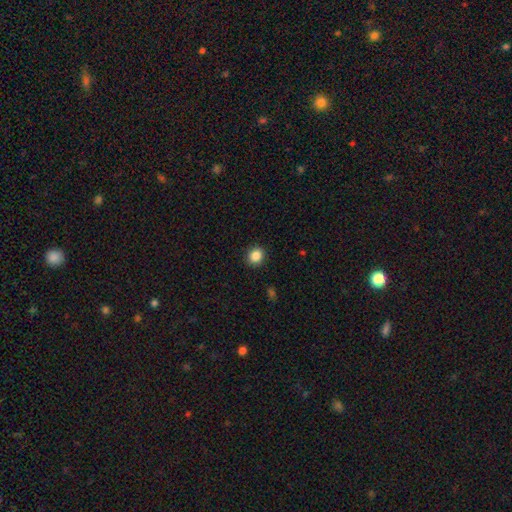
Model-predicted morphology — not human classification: Smooth or featured?
  - smooth: 86% *
  - star or artifact: 10%
  - featured or disk: 4%
How rounded?
  - round: 80% *
  - in between: 19%
  - cigar-shaped: 1%
Merging?
  - none: 91% *
  - minor disturbance: 6%
  - major disturbance: 2%
  - merger: 1%